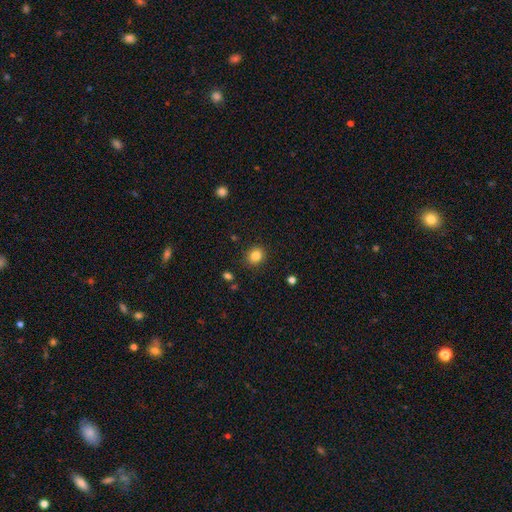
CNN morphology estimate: smooth 84%, star or artifact 11%, featured or disk 5%. Down the decision tree: how rounded — round (77%); merging — none (89%).